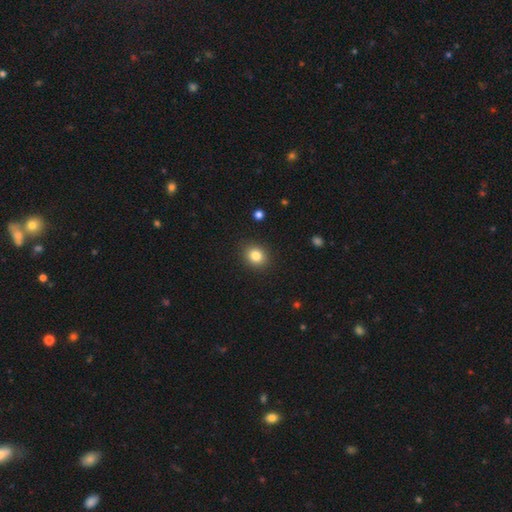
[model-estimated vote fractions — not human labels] Smooth or featured?
  - smooth: 83% *
  - star or artifact: 11%
  - featured or disk: 6%
How rounded?
  - round: 68% *
  - in between: 31%
  - cigar-shaped: 1%
Merging?
  - none: 90% *
  - minor disturbance: 7%
  - major disturbance: 2%
  - merger: 1%